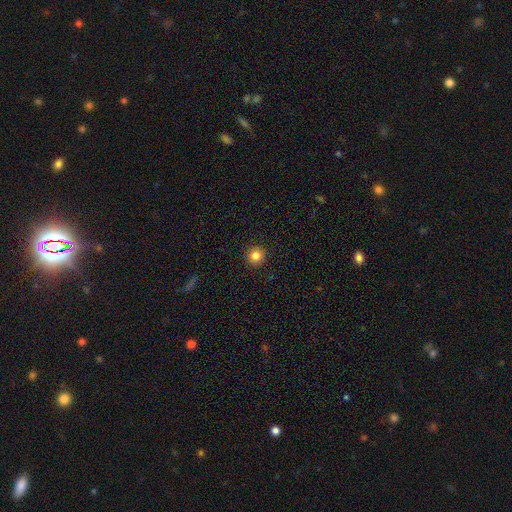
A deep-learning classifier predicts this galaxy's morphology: Overall: smooth (83%). How rounded: round (95%). Merging: none (93%).